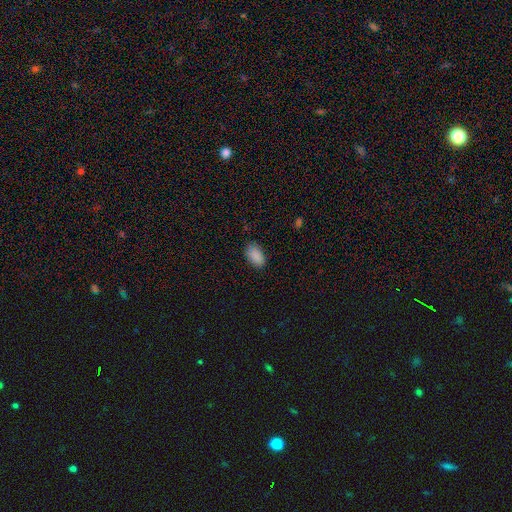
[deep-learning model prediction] Smooth or featured: smooth — 89% (star or artifact — 7%)
How rounded: in between — 94% (round — 4%)
Merging: none — 85% (minor disturbance — 12%)